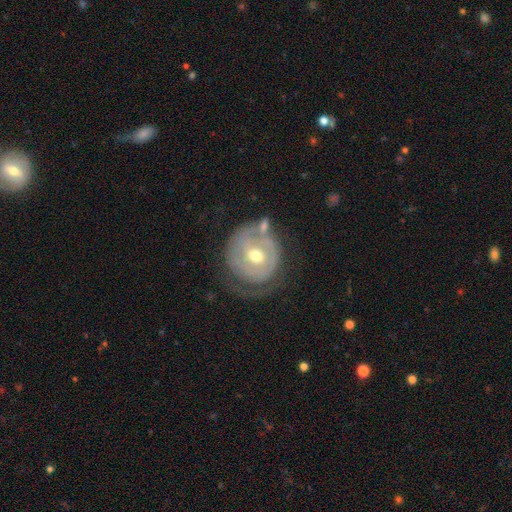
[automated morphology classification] Smooth or featured? featured or disk (72%)
Edge-on disk? no (97%)
Bar? no (56%)
Spiral arms? yes (66%)
Bulge size? moderate (75%)
Merging? none (55%)